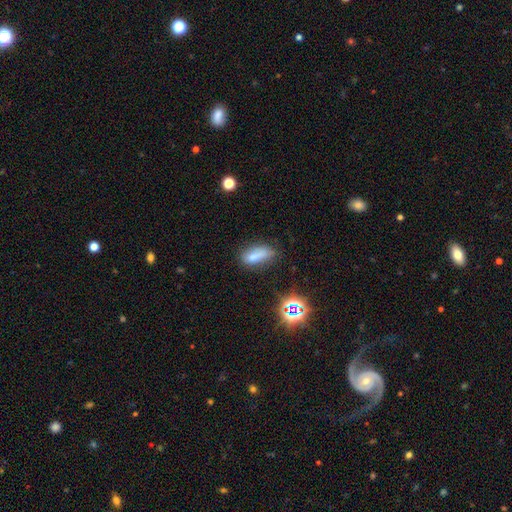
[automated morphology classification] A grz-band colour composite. It shows a smooth galaxy with no disk features (73%) that is in between round and cigar-shaped (71%). Merging: none (57%).